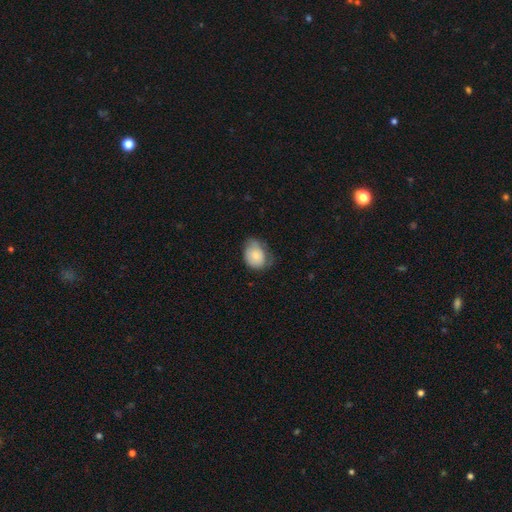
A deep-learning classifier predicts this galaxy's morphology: Smooth or featured?
  - smooth: 78% *
  - featured or disk: 16%
  - star or artifact: 7%
How rounded?
  - in between: 59% *
  - round: 40%
  - cigar-shaped: 1%
Merging?
  - none: 45% *
  - minor disturbance: 40%
  - major disturbance: 14%
  - merger: 1%